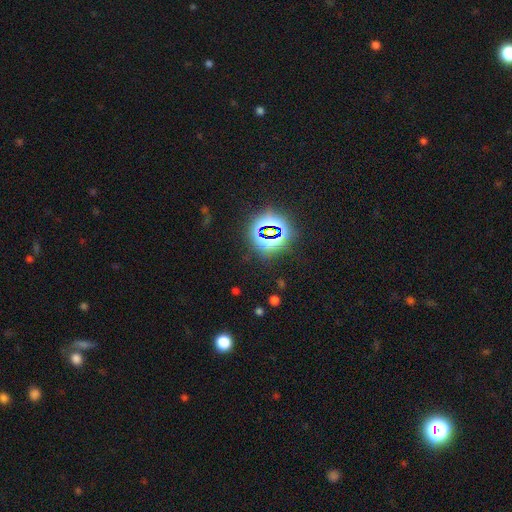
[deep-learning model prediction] A star or artifact, not a galaxy (78%).

Vote fractions:
- Smooth or featured? star or artifact: 78% / smooth: 13% / featured or disk: 9%